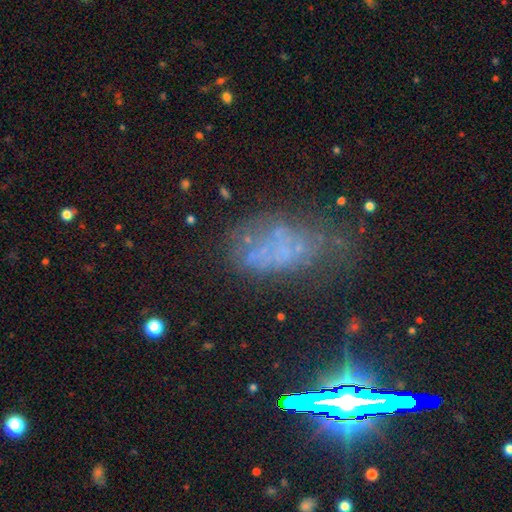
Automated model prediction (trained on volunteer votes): Smooth or featured: featured or disk — 48% (smooth — 29%)
Merging: none — 40% (major disturbance — 29%)